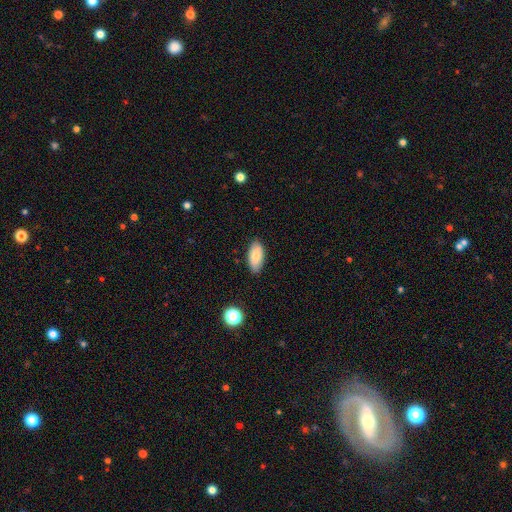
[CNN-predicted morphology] smooth 83%, featured or disk 10%, star or artifact 7%. Down the decision tree: how rounded — in between (91%); merging — none (83%).